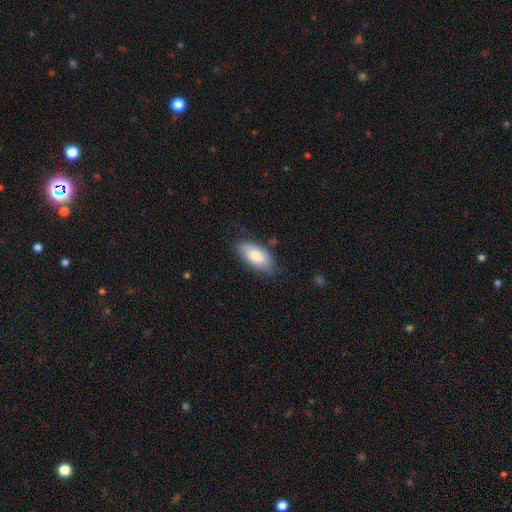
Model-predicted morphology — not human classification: Smooth or featured?
  - smooth: 78% *
  - featured or disk: 16%
  - star or artifact: 6%
How rounded?
  - in between: 91% *
  - cigar-shaped: 6%
  - round: 2%
Merging?
  - none: 74% *
  - minor disturbance: 21%
  - major disturbance: 3%
  - merger: 2%